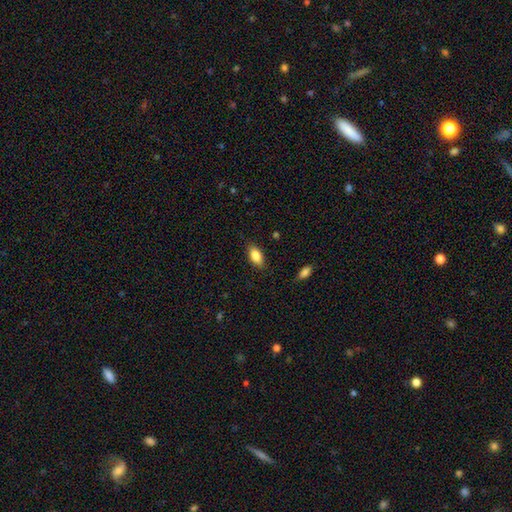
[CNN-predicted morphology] smooth 86%, star or artifact 7%, featured or disk 7%. Down the decision tree: how rounded — in between (91%); merging — none (85%).